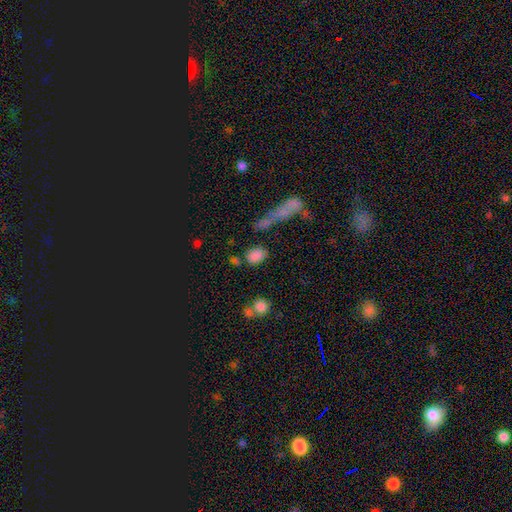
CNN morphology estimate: Smooth or featured?
  - smooth: 83% *
  - star or artifact: 11%
  - featured or disk: 7%
How rounded?
  - in between: 71% *
  - round: 25%
  - cigar-shaped: 4%
Merging?
  - none: 73% *
  - minor disturbance: 13%
  - merger: 9%
  - major disturbance: 5%